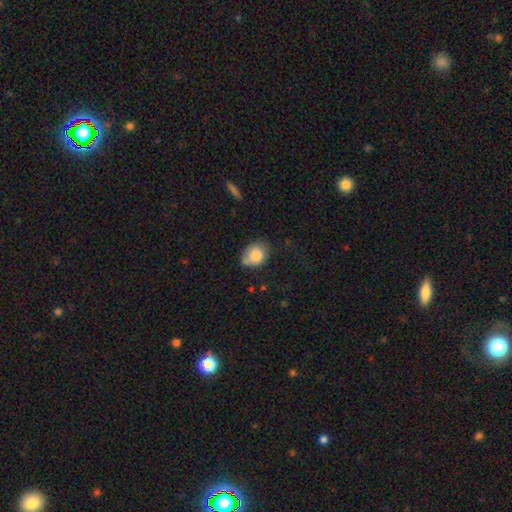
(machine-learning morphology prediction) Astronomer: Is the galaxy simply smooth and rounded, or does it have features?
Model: smooth — 80%.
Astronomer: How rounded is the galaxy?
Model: in between — 60% (runner-up: round, 39%).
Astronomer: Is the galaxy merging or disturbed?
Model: none — 54% (runner-up: minor disturbance, 33%).